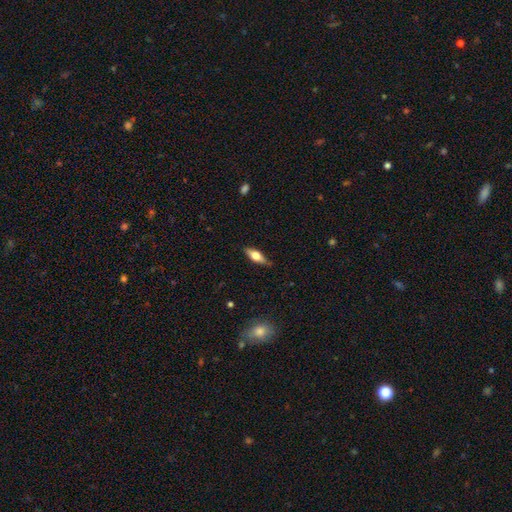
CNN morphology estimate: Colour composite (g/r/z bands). It shows a smooth galaxy with no disk features (49%). Merging: none (82%).